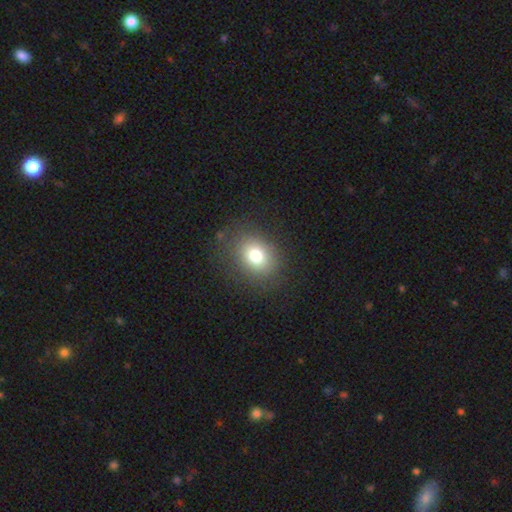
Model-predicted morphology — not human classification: A smooth galaxy with no disk features (77%) that is in between round and cigar-shaped (50%). Merging: none (82%).